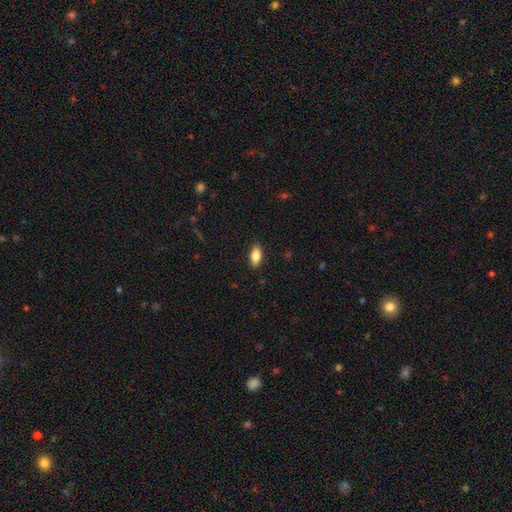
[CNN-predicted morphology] Overall: smooth (82%). How rounded: in between (88%). Merging: none (88%).